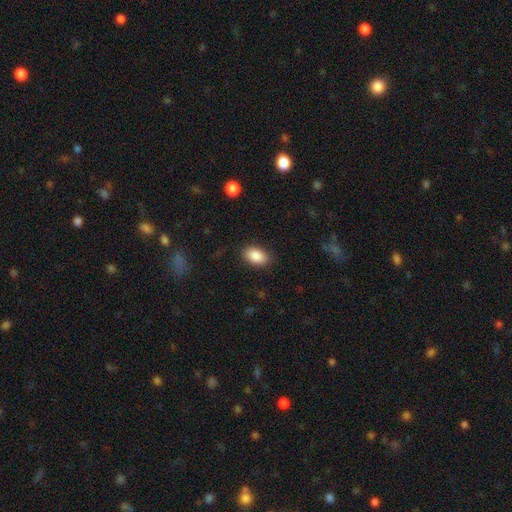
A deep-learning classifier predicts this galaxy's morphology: Smooth or featured?
  - smooth: 88% *
  - star or artifact: 7%
  - featured or disk: 5%
How rounded?
  - in between: 90% *
  - round: 8%
  - cigar-shaped: 1%
Merging?
  - none: 86% *
  - minor disturbance: 10%
  - major disturbance: 3%
  - merger: 1%